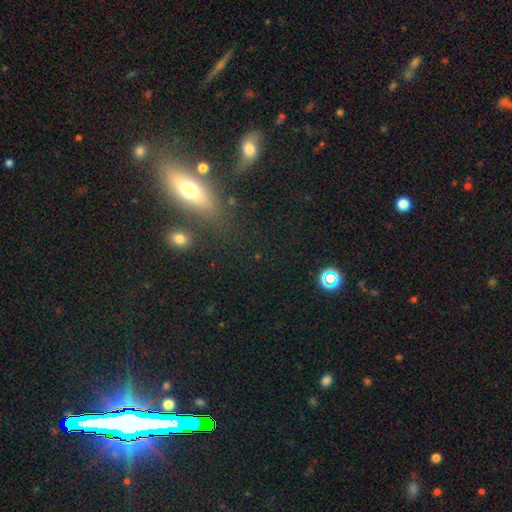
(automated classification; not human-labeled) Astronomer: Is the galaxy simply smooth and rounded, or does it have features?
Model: smooth — 39% (runner-up: star or artifact, 38%).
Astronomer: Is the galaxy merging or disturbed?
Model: none — 76%.